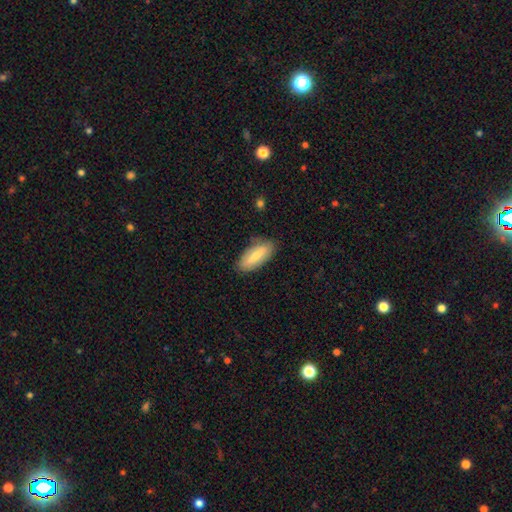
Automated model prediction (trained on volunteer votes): The model was most divided on "smooth or featured": smooth: 69%, featured or disk: 25%, star or artifact: 6%. More confident: merging — none (81%); how rounded — in between (72%).